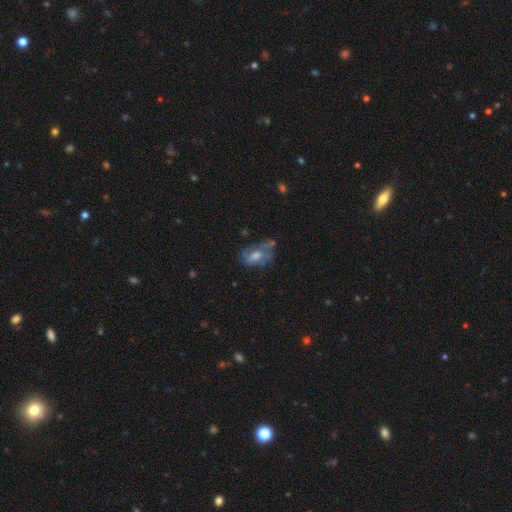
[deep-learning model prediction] Smooth or featured? featured or disk (52%)
Edge-on disk? no (93%)
Merging? none (40%)